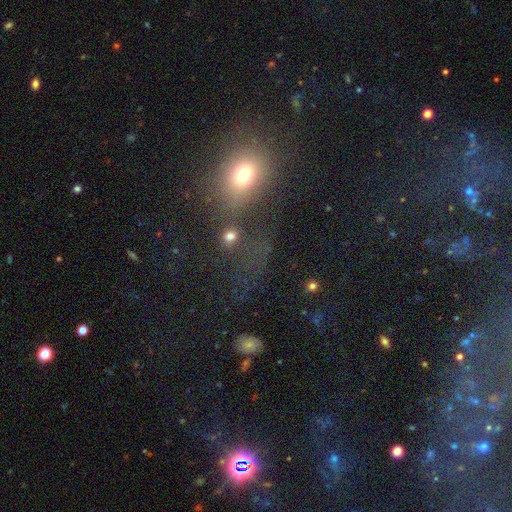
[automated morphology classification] The model was most divided on "how rounded": round: 50%, in between: 46%, cigar-shaped: 4%. More confident: merging — none (57%); smooth or featured — smooth (53%).